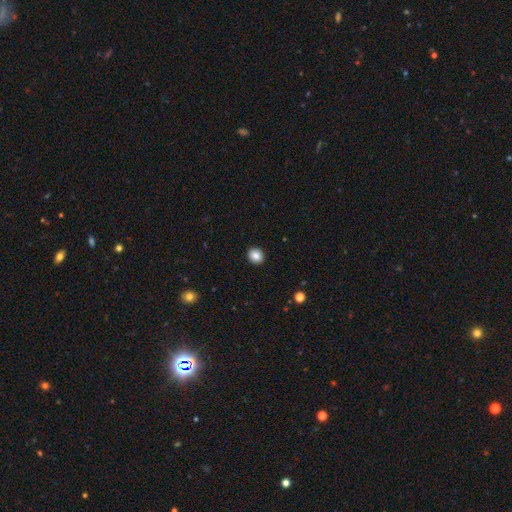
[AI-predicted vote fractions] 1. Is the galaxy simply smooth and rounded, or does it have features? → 85% smooth, 9% star or artifact, 5% featured or disk.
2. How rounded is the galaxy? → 78% round, 21% in between, 1% cigar-shaped.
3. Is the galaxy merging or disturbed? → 93% none, 5% minor disturbance, 2% major disturbance, 1% merger.